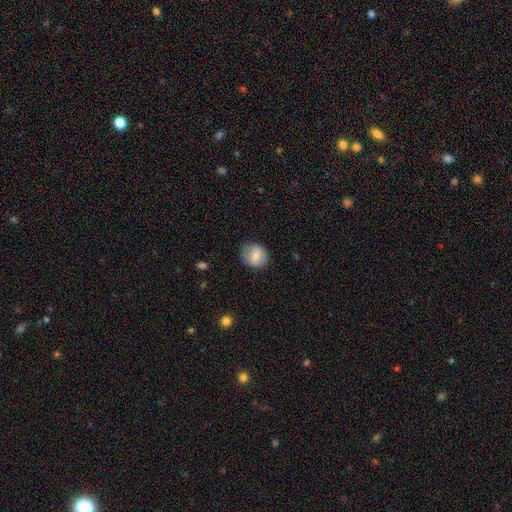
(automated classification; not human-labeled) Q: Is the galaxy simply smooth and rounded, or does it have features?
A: smooth — 75%.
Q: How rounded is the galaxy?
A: round — 64%.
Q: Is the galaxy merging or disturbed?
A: none — 76%.